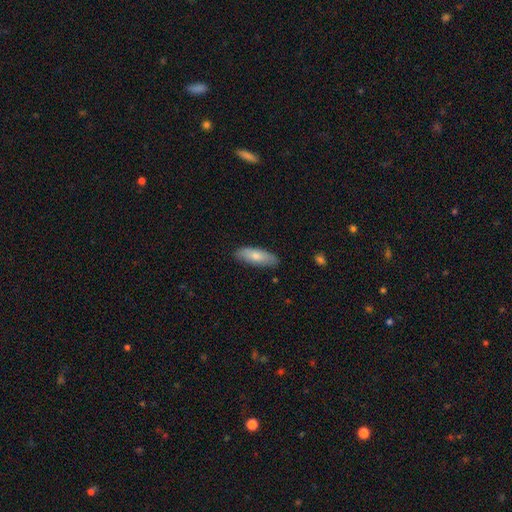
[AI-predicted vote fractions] This is likely a smooth galaxy (77%). How rounded: likely in between (63%). Merging: clearly none (83%).